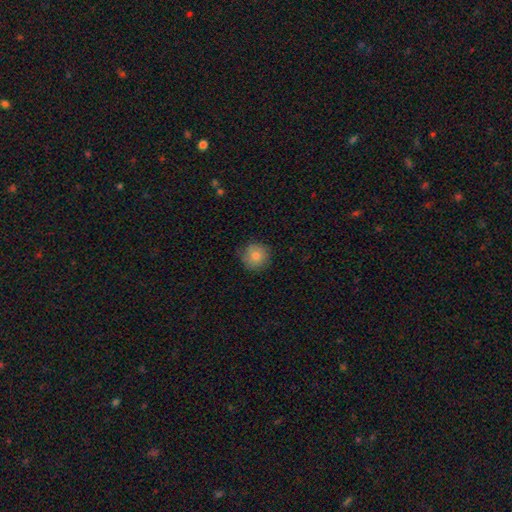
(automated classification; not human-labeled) Smooth or featured? Predicted: smooth (p=0.80). How rounded? Predicted: round (p=0.94). Merging? Predicted: none (p=0.83).